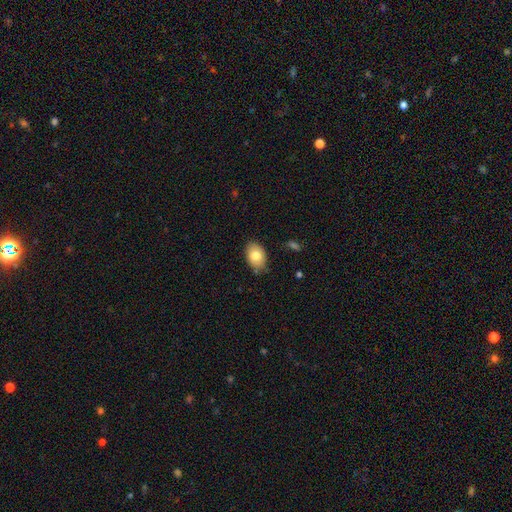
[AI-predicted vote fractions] Smooth or featured? Predicted: smooth (p=0.80). How rounded? Predicted: in between (p=0.84). Merging? Predicted: none (p=0.80).